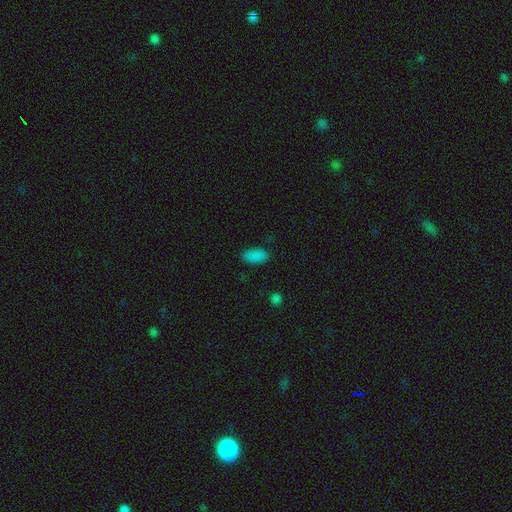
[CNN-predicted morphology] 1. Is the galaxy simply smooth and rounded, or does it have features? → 85% smooth, 11% star or artifact, 3% featured or disk.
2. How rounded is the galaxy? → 93% in between, 4% cigar-shaped, 3% round.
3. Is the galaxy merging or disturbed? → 85% none, 11% minor disturbance, 3% major disturbance, 1% merger.